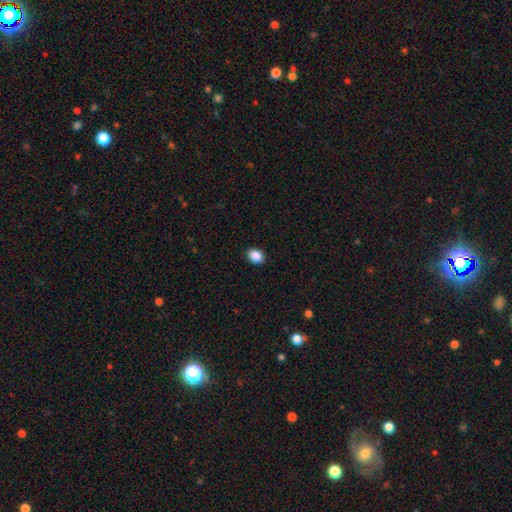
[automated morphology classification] type=smooth (89%); roundness=in between (61%); merging=none (90%).